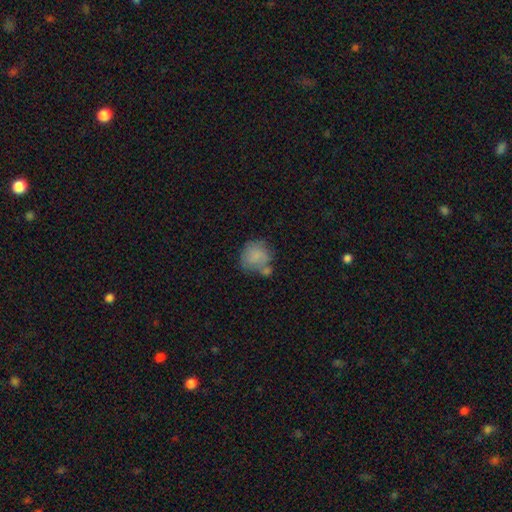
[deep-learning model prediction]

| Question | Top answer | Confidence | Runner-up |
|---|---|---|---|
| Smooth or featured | smooth | 79% | featured or disk (12%) |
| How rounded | round | 76% | in between (23%) |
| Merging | none | 44% | merger (25%) |